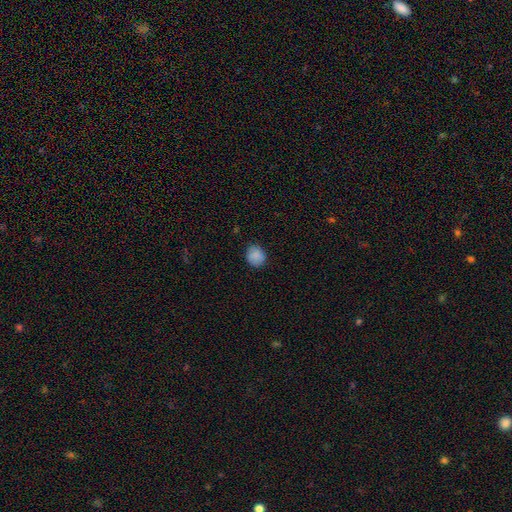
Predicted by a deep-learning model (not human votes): Morphology: type=smooth (87%); roundness=round (76%); merging=none (83%).